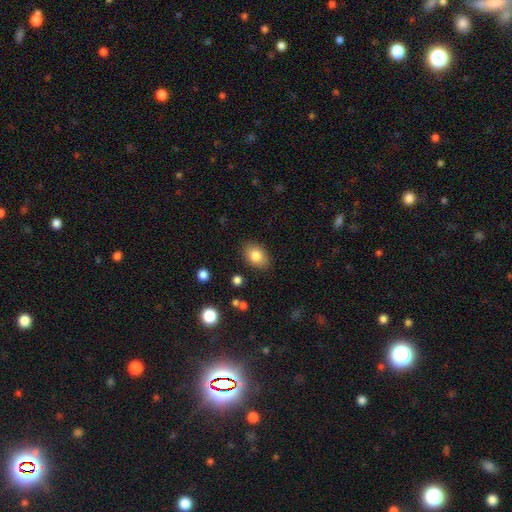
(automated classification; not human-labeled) Morphology: type=smooth (83%); roundness=in between (79%); merging=none (86%).